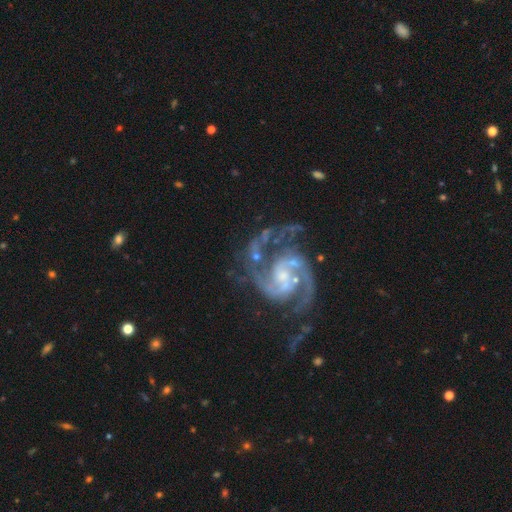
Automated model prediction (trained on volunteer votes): Smooth or featured?
  - featured or disk: 93% *
  - star or artifact: 5%
  - smooth: 3%
Edge-on disk?
  - no: 98% *
  - yes: 2%
Bar?
  - no: 45% *
  - weak: 42%
  - strong: 13%
Spiral arms?
  - yes: 98% *
  - no: 2%
Spiral winding?
  - medium: 61% *
  - tight: 23%
  - loose: 17%
Spiral arm count?
  - 2: 79% *
  - 3: 9%
  - can't tell: 4%
  - 4: 3%
  - 1: 3%
  - more than 4: 3%
Bulge size?
  - small: 51% *
  - moderate: 29%
  - none: 15%
  - large: 4%
  - dominant: 1%
Merging?
  - none: 60% *
  - minor disturbance: 18%
  - major disturbance: 16%
  - merger: 6%